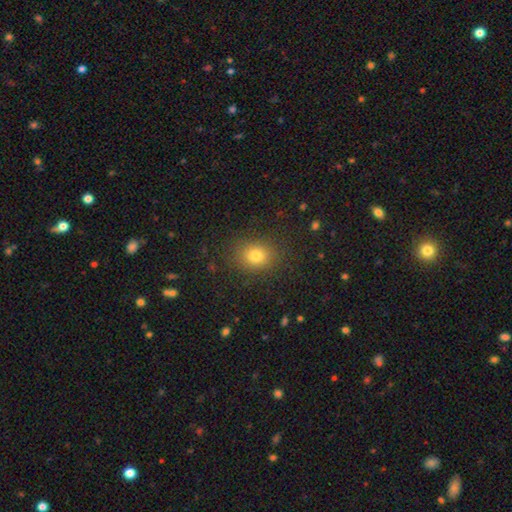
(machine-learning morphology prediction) Smooth or featured? smooth (79%)
How rounded? round (56%)
Merging? none (86%)